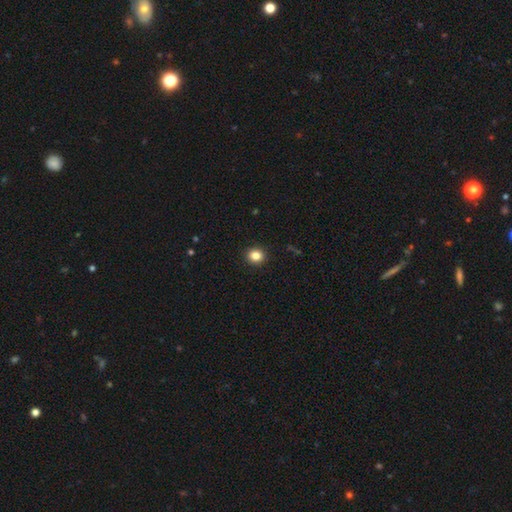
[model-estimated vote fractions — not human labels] Overall: smooth (84%). How rounded: round (83%). Merging: none (92%).